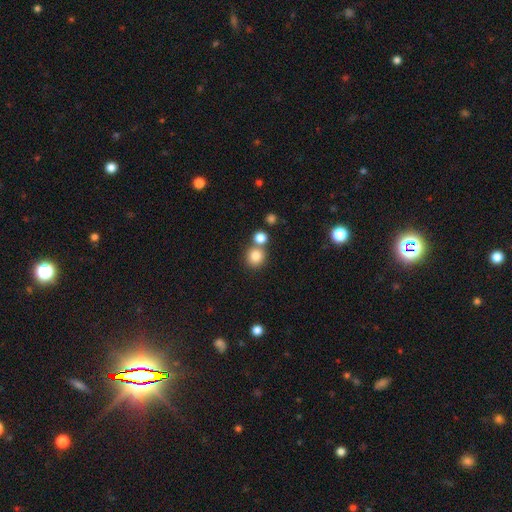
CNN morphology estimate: Smooth or featured?
  - smooth: 82% *
  - star or artifact: 11%
  - featured or disk: 7%
How rounded?
  - round: 90% *
  - in between: 9%
  - cigar-shaped: 1%
Merging?
  - none: 63% *
  - merger: 27%
  - minor disturbance: 7%
  - major disturbance: 3%